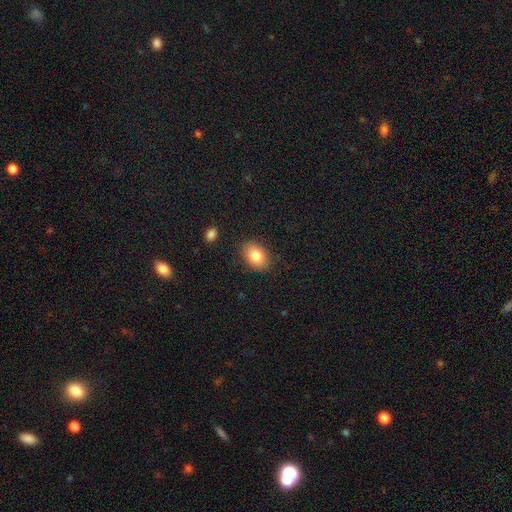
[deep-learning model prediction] Smooth or featured: smooth — 82% (featured or disk — 10%)
How rounded: in between — 78% (round — 21%)
Merging: none — 86% (minor disturbance — 10%)